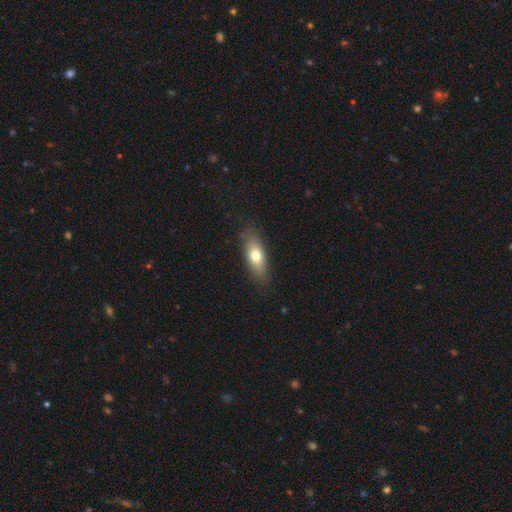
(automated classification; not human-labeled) Overall: smooth (70%). How rounded: in between (68%). Merging: none (83%).